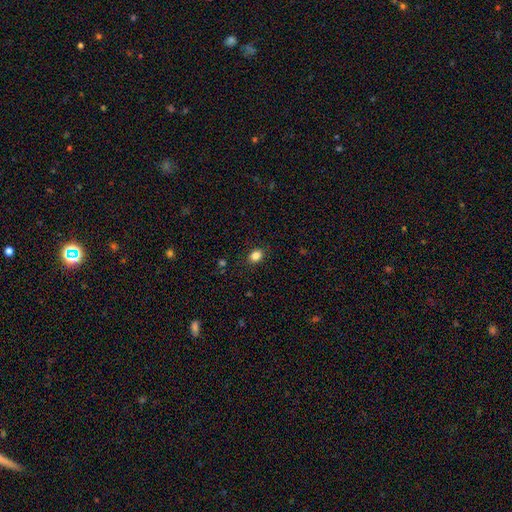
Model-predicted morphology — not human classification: This appears to be a smooth galaxy with no disk features (85%) that is in between round and cigar-shaped (66%). Merging: none (87%).